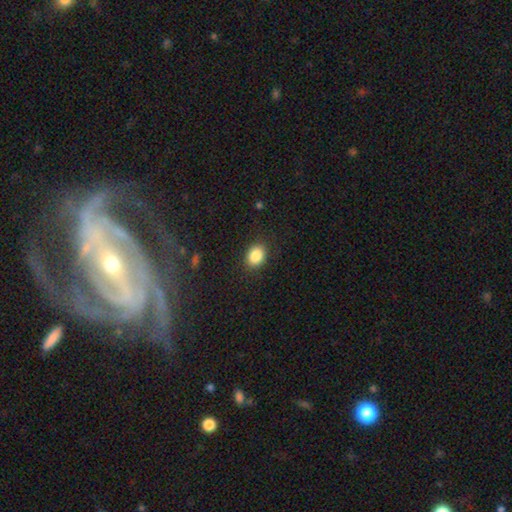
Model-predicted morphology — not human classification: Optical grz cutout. It shows a smooth galaxy with no disk features (87%) that is in between round and cigar-shaped (55%). Merging: none (87%).